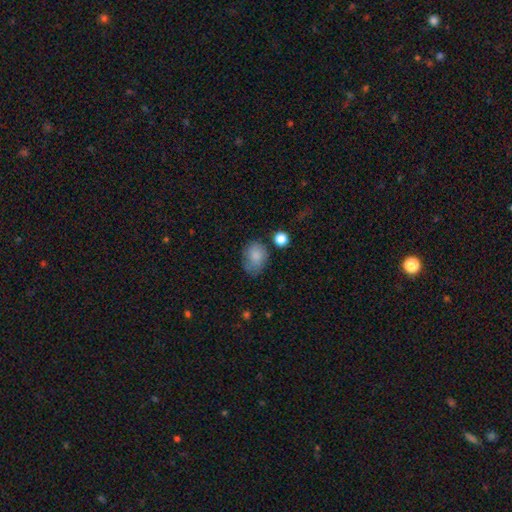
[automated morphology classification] Q: Smooth or featured?
A: smooth (79%); runner-up: featured or disk (12%)
Q: How rounded?
A: in between (59%); runner-up: round (40%)
Q: Merging?
A: none (55%); runner-up: minor disturbance (28%)